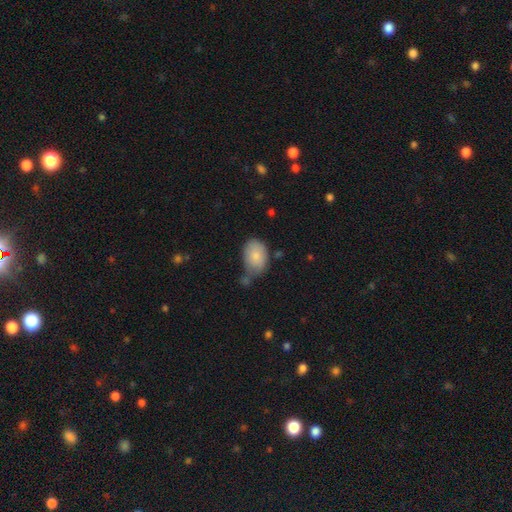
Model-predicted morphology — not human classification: This appears to be a smooth galaxy with no disk features (82%) that is in between round and cigar-shaped (84%). Merging: none (55%).